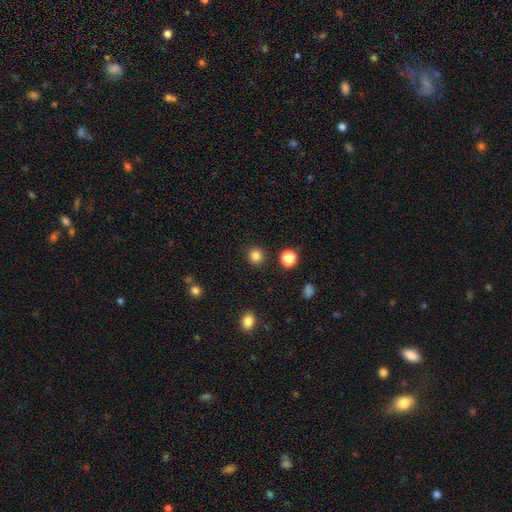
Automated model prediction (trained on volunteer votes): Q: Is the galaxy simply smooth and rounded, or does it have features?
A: smooth — 83%.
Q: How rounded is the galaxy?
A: round — 94%.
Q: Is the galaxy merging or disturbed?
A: none — 91%.